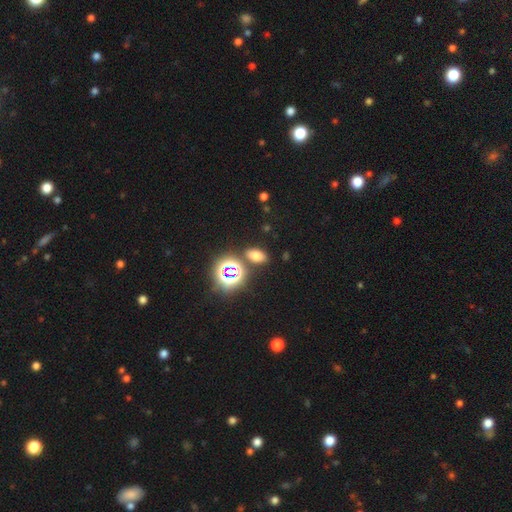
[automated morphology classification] This appears to be a smooth galaxy with no disk features (63%) that is in between round and cigar-shaped (83%). Merging: none (82%).